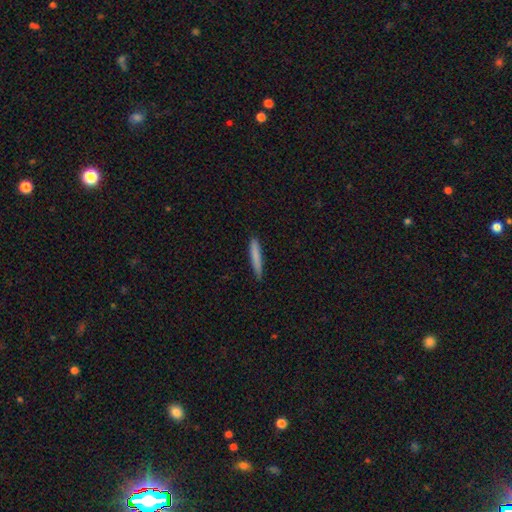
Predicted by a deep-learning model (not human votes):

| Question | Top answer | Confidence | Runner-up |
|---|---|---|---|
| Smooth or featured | smooth | 80% | featured or disk (14%) |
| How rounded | cigar-shaped | 94% | in between (5%) |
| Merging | none | 86% | minor disturbance (11%) |